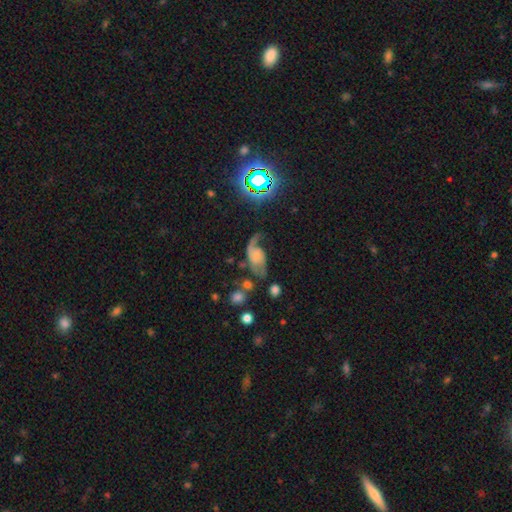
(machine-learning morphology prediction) smooth_or_featured: featured or disk (p=0.63) [alt: smooth p=0.25]
disk_edge_on: no (p=0.95) [alt: yes p=0.05]
bar: no (p=0.71) [alt: weak p=0.23]
has_spiral_arms: yes (p=0.87) [alt: no p=0.13]
spiral_winding: loose (p=0.69) [alt: medium p=0.23]
spiral_arm_count: 2 (p=0.59) [alt: 1 p=0.34]
bulge_size: none (p=0.42) [alt: small p=0.31]
merging: major disturbance (p=0.37) [alt: none p=0.31]